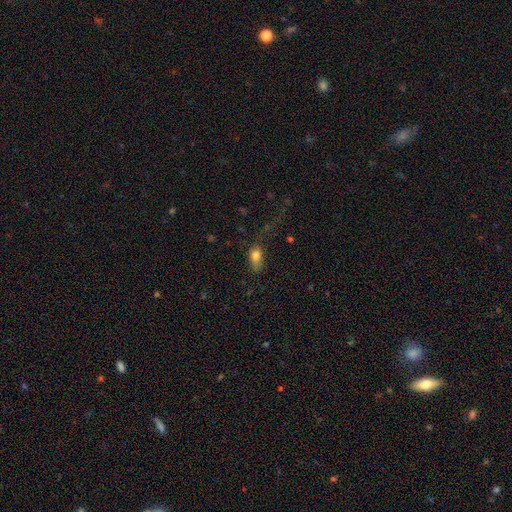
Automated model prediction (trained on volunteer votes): Morphology: type=smooth (77%); roundness=in between (77%); merging=none (40%).